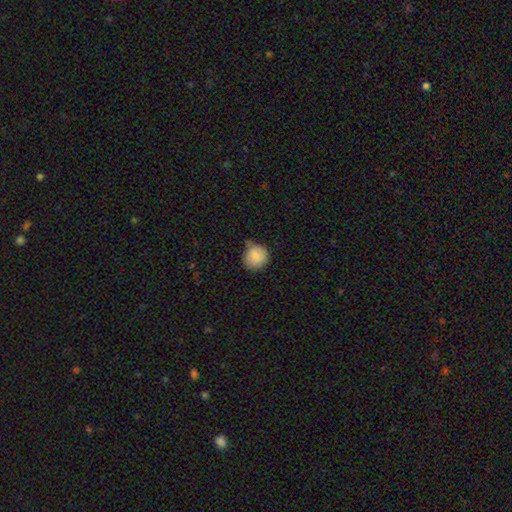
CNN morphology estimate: Smooth or featured? Predicted: smooth (p=0.86). How rounded? Predicted: round (p=0.85). Merging? Predicted: none (p=0.54).